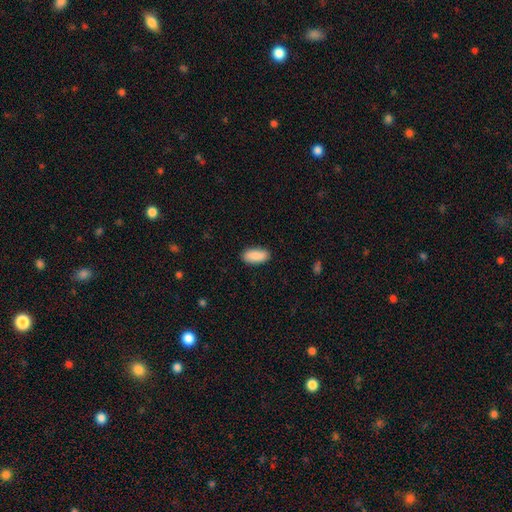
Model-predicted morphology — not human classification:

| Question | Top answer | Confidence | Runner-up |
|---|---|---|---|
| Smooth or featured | smooth | 90% | star or artifact (6%) |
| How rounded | in between | 89% | cigar-shaped (8%) |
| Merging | none | 89% | minor disturbance (8%) |